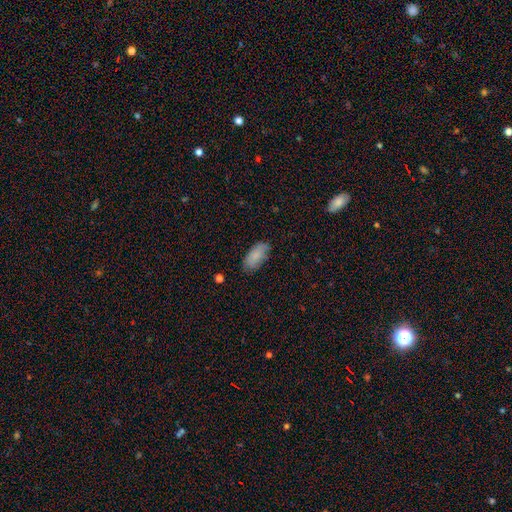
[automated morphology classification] Q: Smooth or featured?
A: smooth (84%); runner-up: featured or disk (9%)
Q: How rounded?
A: in between (92%); runner-up: cigar-shaped (5%)
Q: Merging?
A: none (78%); runner-up: minor disturbance (18%)